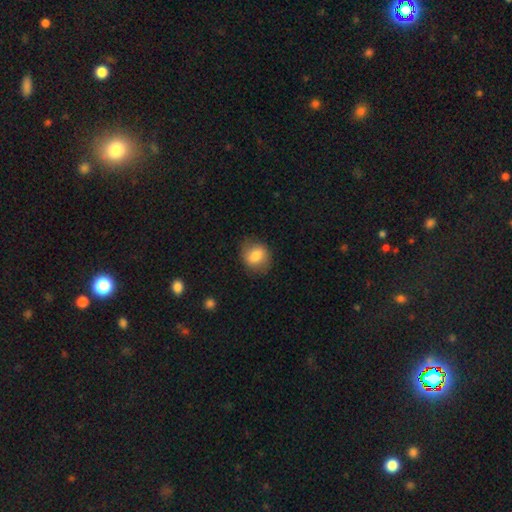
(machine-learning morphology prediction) Smooth or featured? Predicted: smooth (p=0.75). How rounded? Predicted: round (p=0.60). Merging? Predicted: none (p=0.81).